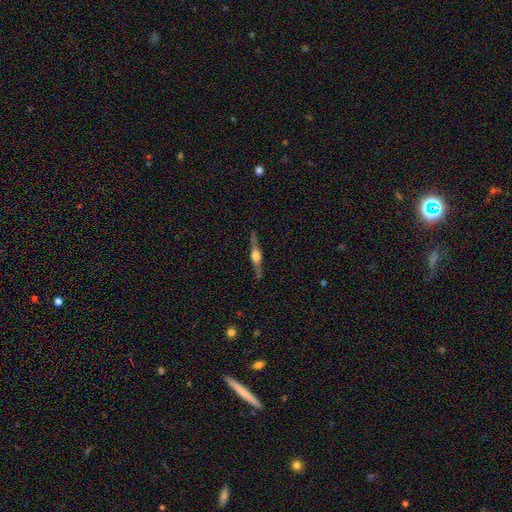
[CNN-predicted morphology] This is clearly a featured or disk galaxy (81%). It is clearly viewed edge-on (98%). Edge-on bulge: clearly rounded (89%). Merging: clearly none (88%).